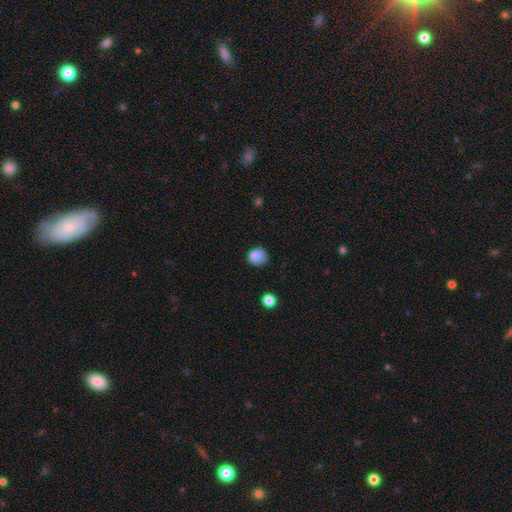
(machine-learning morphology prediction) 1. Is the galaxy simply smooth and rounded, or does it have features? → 83% smooth, 10% star or artifact, 7% featured or disk.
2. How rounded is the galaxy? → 68% round, 31% in between, 1% cigar-shaped.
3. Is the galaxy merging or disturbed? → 59% none, 30% minor disturbance, 9% major disturbance, 2% merger.